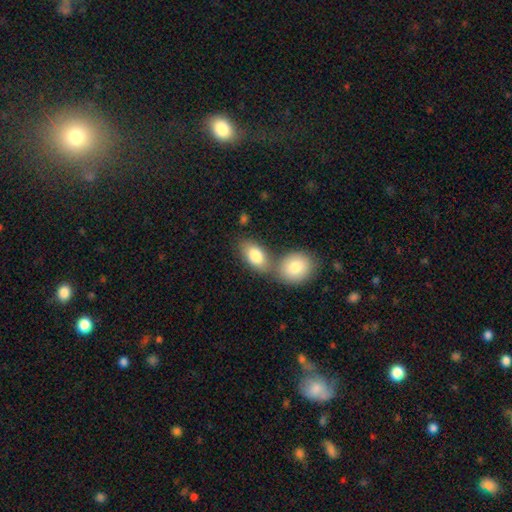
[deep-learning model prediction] Overall: smooth (82%). How rounded: in between (87%). Merging: merger (46%; none 41%).